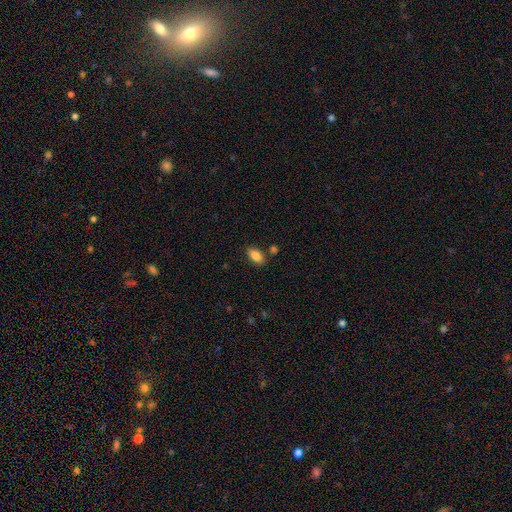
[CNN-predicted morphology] Smooth or featured: smooth — 86% (star or artifact — 8%)
How rounded: in between — 92% (round — 4%)
Merging: none — 82% (minor disturbance — 11%)